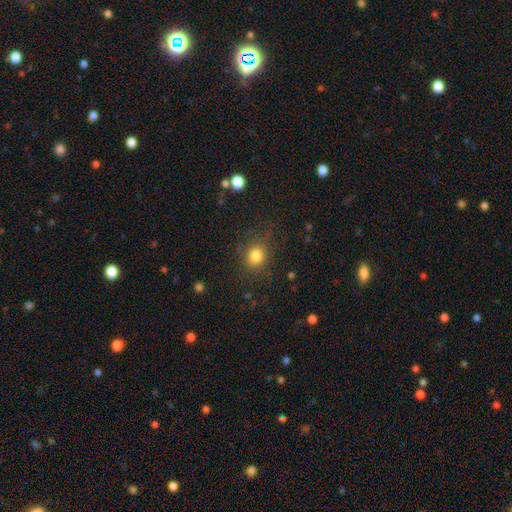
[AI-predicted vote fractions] This appears to be a smooth galaxy with no disk features (81%) that is round (78%). Merging: none (81%).